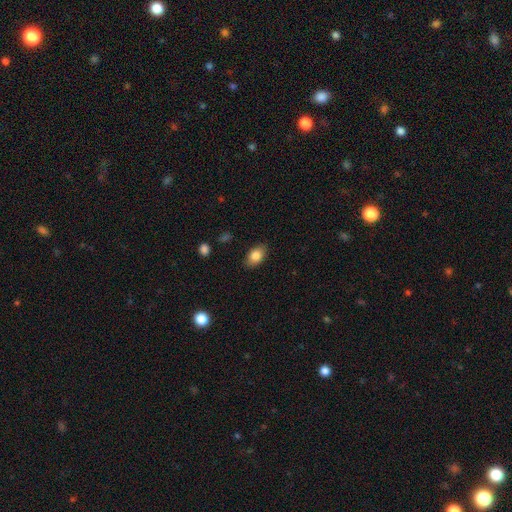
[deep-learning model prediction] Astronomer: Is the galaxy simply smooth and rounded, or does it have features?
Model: smooth — 84%.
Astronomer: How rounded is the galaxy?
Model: in between — 86%.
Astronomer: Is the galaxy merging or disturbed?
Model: none — 86%.